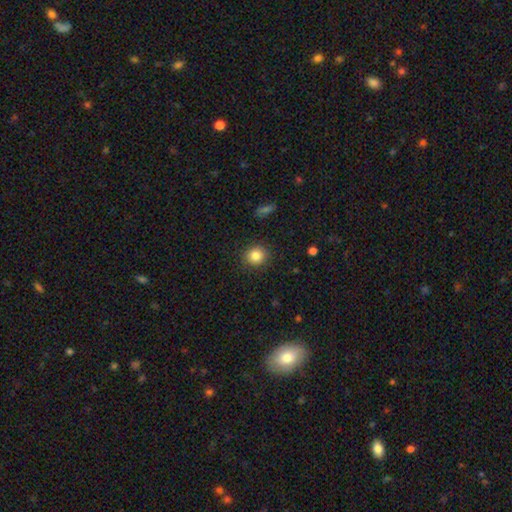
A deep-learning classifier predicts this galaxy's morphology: Smooth or featured? Predicted: smooth (p=0.84). How rounded? Predicted: round (p=0.86). Merging? Predicted: none (p=0.89).